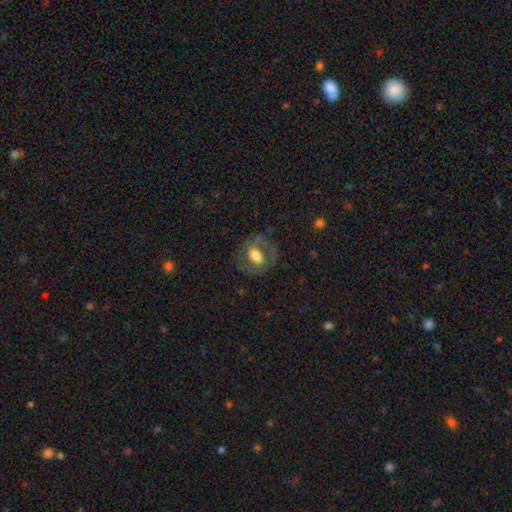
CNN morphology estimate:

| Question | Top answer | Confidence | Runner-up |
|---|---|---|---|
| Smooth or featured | featured or disk | 47% | smooth (44%) |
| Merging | none | 70% | minor disturbance (17%) |